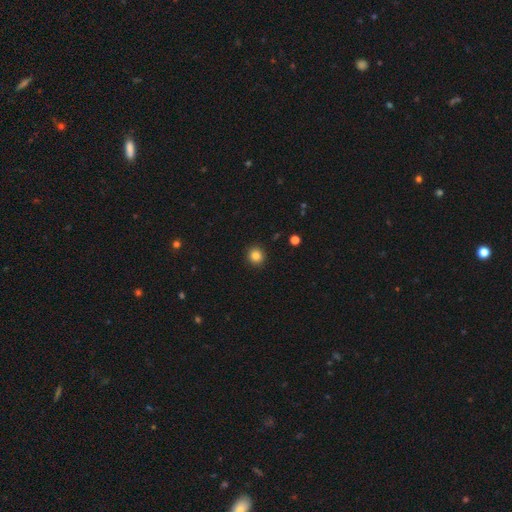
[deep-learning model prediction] Overall: smooth (84%). How rounded: round (91%). Merging: none (92%).